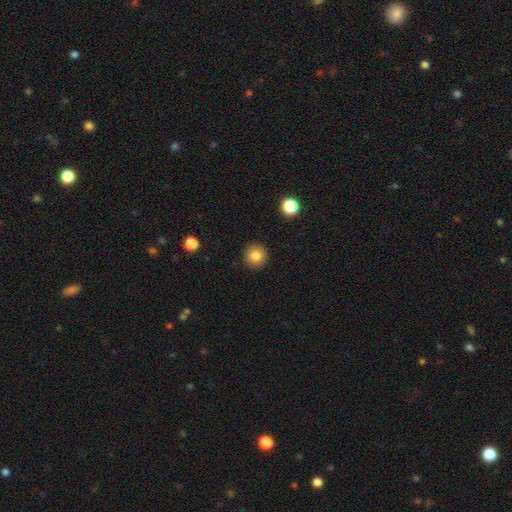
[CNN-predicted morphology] A smooth galaxy with no disk features (82%) that is round (94%).

Vote fractions:
- Smooth or featured? smooth: 82% / star or artifact: 11% / featured or disk: 7%
- How rounded? round: 94% / in between: 5% / cigar-shaped: 1%
- Merging? none: 91% / minor disturbance: 6% / major disturbance: 2% / merger: 1%